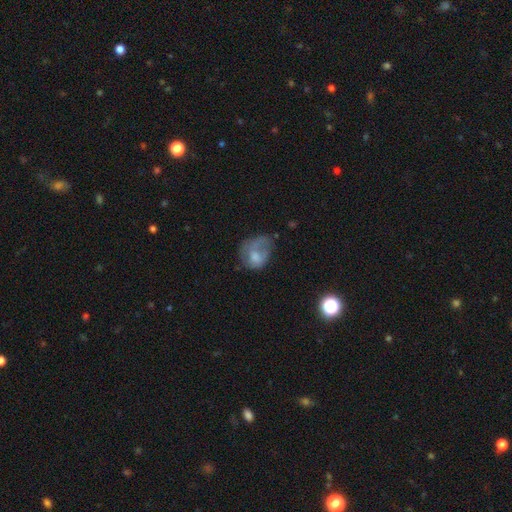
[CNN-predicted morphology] smooth-or-featured: smooth: 60% | featured or disk: 30% | star or artifact: 10%
  how-rounded: in between: 59% | round: 40% | cigar-shaped: 1%
  merging: major disturbance: 41% | minor disturbance: 30% | none: 25% | merger: 4%